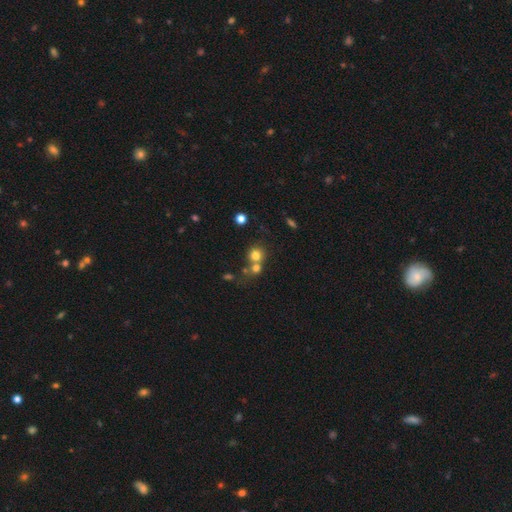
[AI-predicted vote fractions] smooth 75%, star or artifact 14%, featured or disk 10%. Down the decision tree: how rounded — round (88%); merging — none (48%).